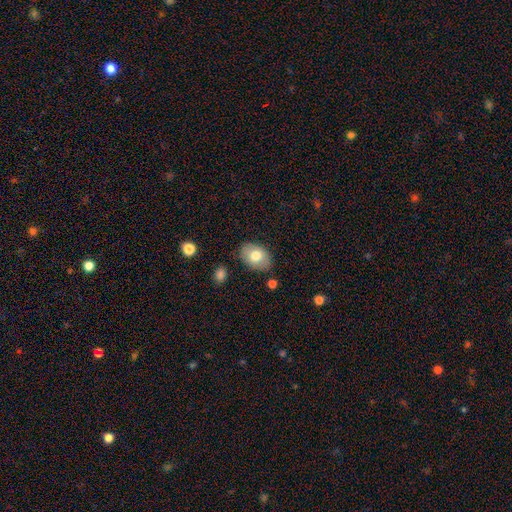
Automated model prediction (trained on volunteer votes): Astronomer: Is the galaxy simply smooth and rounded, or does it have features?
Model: smooth — 75%.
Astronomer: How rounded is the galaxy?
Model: in between — 81%.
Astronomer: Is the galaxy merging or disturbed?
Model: none — 83%.